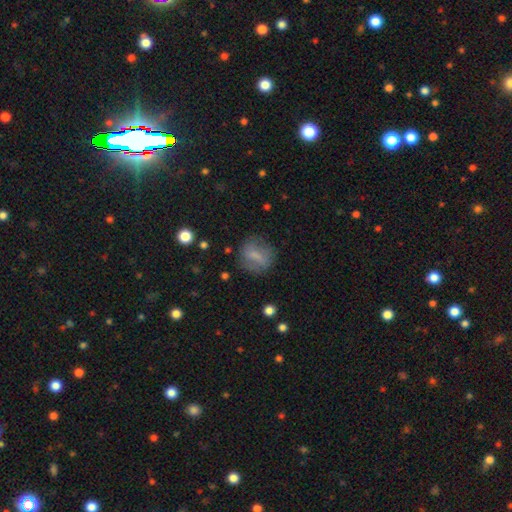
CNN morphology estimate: A smooth galaxy with no disk features (63%) that is round (59%).

Vote fractions:
- Smooth or featured? smooth: 63% / featured or disk: 27% / star or artifact: 10%
- How rounded? round: 59% / in between: 37% / cigar-shaped: 4%
- Merging? none: 69% / minor disturbance: 19% / major disturbance: 10% / merger: 2%